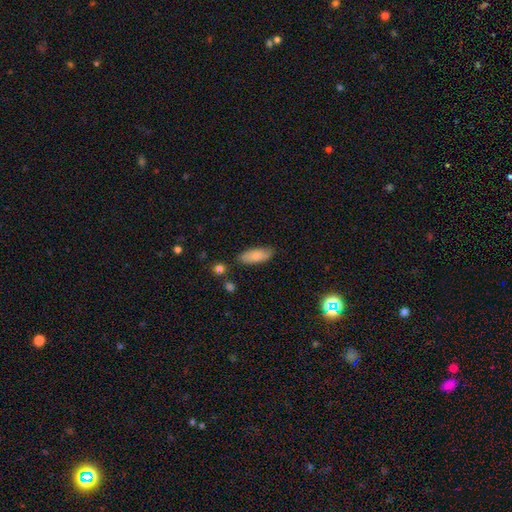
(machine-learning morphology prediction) The model was most divided on "how rounded": in between: 78%, cigar-shaped: 20%, round: 2%. More confident: smooth or featured — smooth (84%); merging — none (82%).